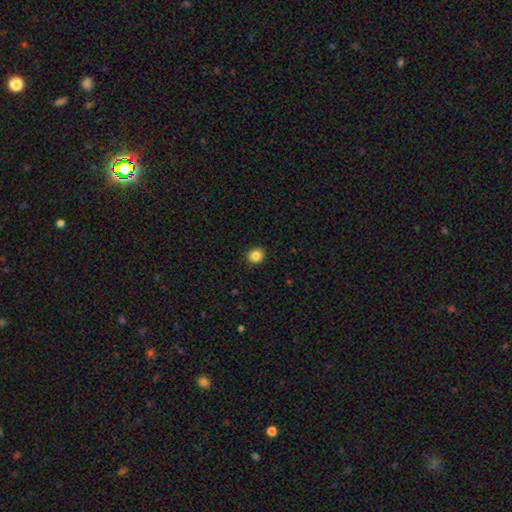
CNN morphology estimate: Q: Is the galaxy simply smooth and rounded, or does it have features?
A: smooth — 85%.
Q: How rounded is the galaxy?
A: round — 81%.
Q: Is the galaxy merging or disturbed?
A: none — 91%.